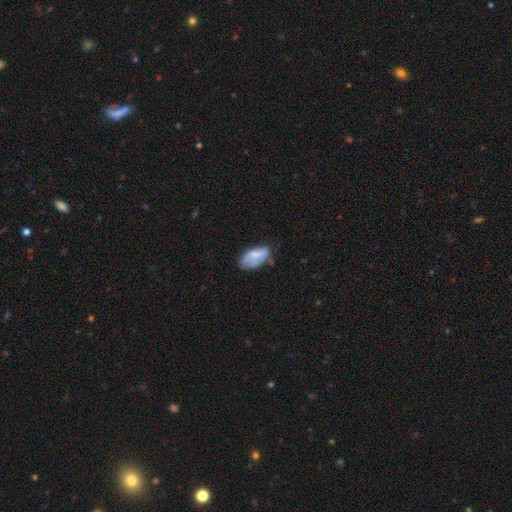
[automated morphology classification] smooth_or_featured: smooth (p=0.65) [alt: featured or disk p=0.27]
how_rounded: in between (p=0.93) [alt: cigar-shaped p=0.04]
merging: none (p=0.43) [alt: minor disturbance p=0.37]